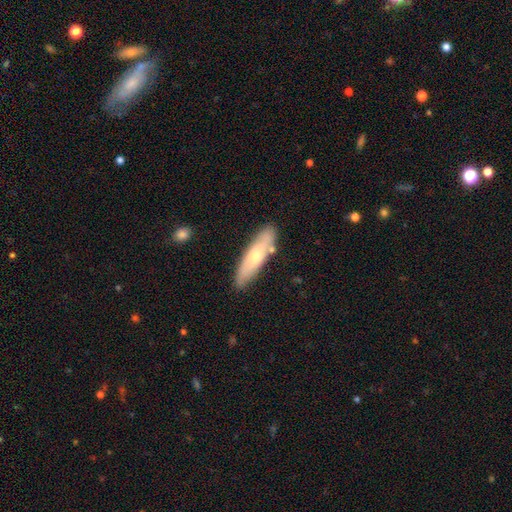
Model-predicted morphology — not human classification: A smooth galaxy with no disk features (59%) that is cigar-shaped (67%). Merging: none (79%).